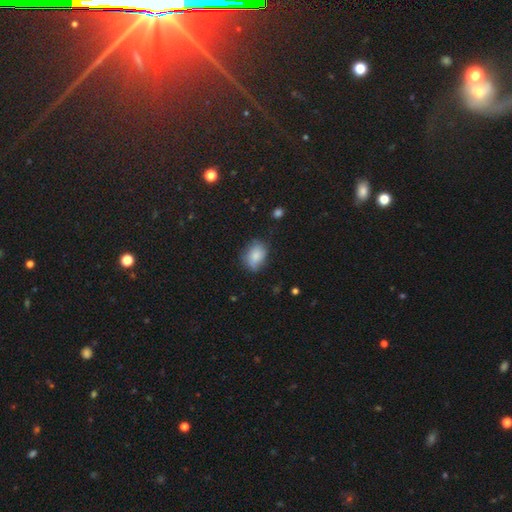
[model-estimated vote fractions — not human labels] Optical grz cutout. It shows a smooth galaxy with no disk features (79%) that is in between round and cigar-shaped (74%). Merging: none (59%).